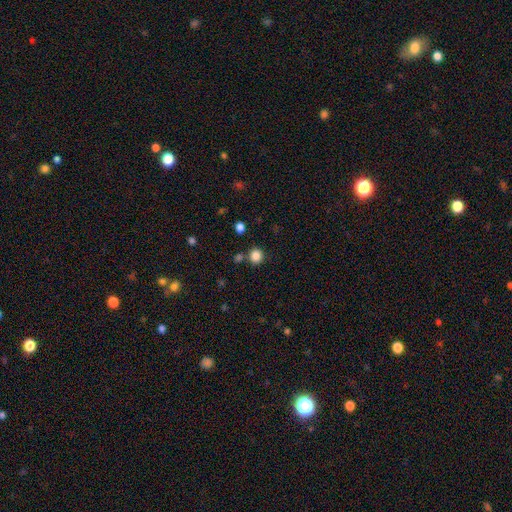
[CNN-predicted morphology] The model was most divided on "merging": none: 80%, minor disturbance: 9%, merger: 8%, major disturbance: 3%. More confident: how rounded — round (87%); smooth or featured — smooth (85%).